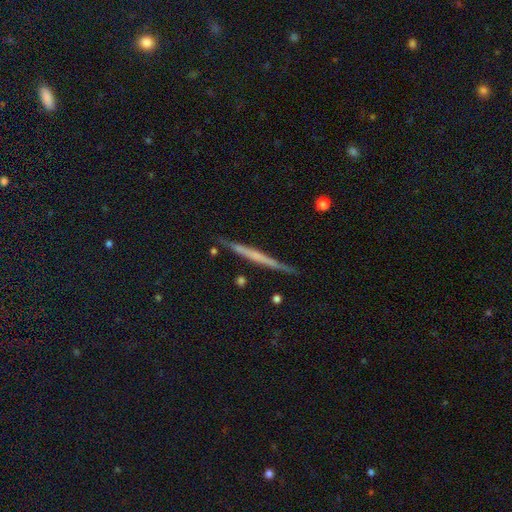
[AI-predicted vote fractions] Q: Smooth or featured?
A: featured or disk (58%); runner-up: smooth (36%)
Q: Edge-on disk?
A: yes (97%); runner-up: no (3%)
Q: Edge-on bulge?
A: none (83%); runner-up: rounded (10%)
Q: Merging?
A: none (87%); runner-up: minor disturbance (9%)